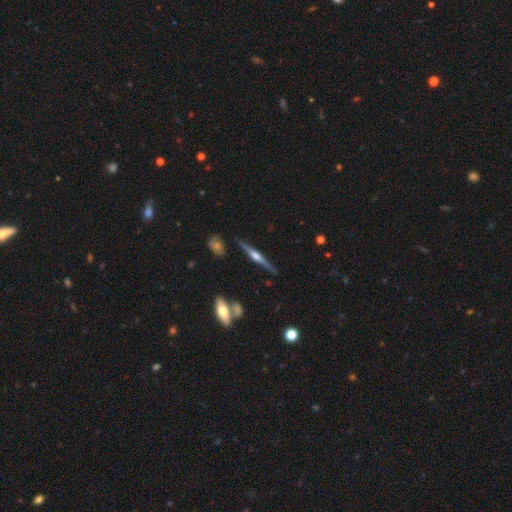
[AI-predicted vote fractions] Smooth or featured: featured or disk — 80% (smooth — 14%)
Edge-on disk: yes — 98% (no — 2%)
Edge-on bulge: rounded — 88% (boxy — 9%)
Merging: none — 88% (minor disturbance — 8%)